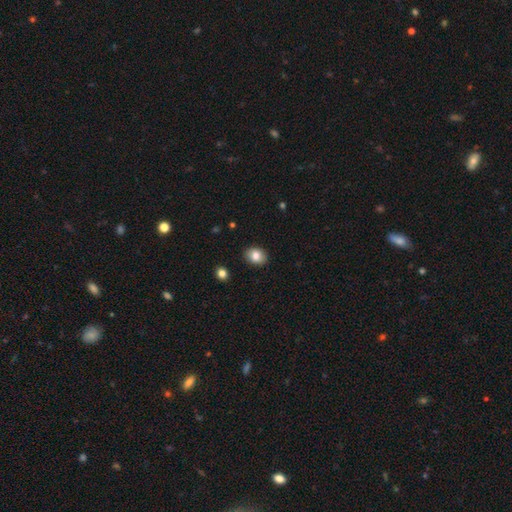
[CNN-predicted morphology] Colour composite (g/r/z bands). It shows a smooth galaxy with no disk features (84%) that is in between round and cigar-shaped (61%). Merging: none (88%).